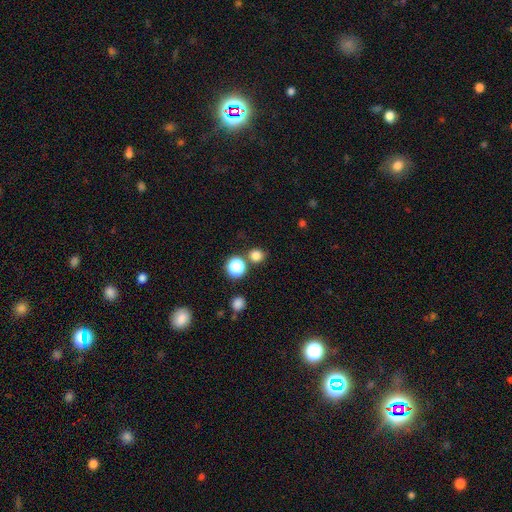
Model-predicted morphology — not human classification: This is likely a smooth galaxy (79%). How rounded: clearly round (88%). Merging: likely none (80%).